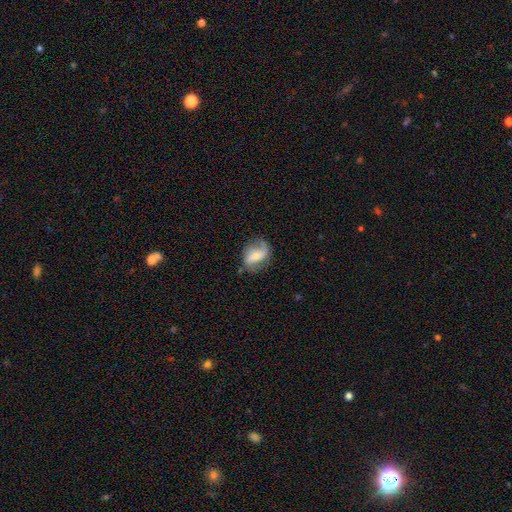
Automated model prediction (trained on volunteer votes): Smooth or featured? Predicted: featured or disk (p=0.65). Edge-on disk? Predicted: no (p=0.94). Bar? Predicted: weak (p=0.37). Spiral arms? Predicted: yes (p=0.86). Spiral winding? Predicted: loose (p=0.65). Spiral arm count? Predicted: 2 (p=0.82). Bulge size? Predicted: small (p=0.44). Merging? Predicted: none (p=0.66).